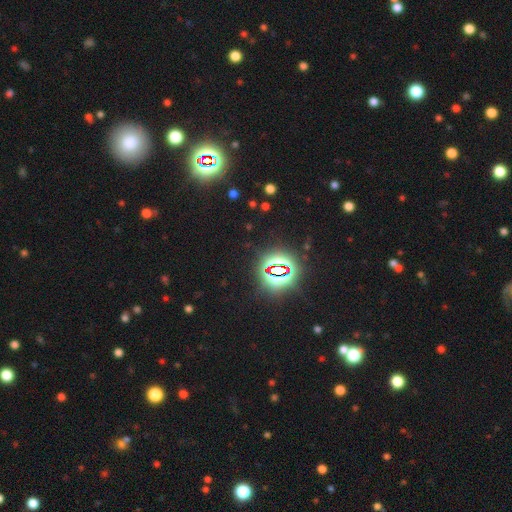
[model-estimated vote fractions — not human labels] star or artifact 78%, smooth 14%, featured or disk 8%.